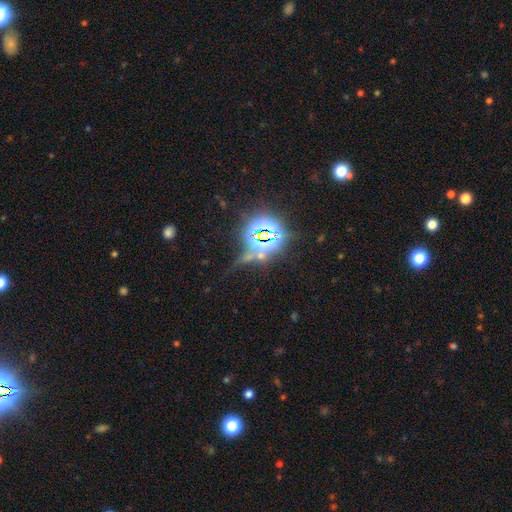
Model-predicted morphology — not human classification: star or artifact 74%, smooth 17%, featured or disk 10%.